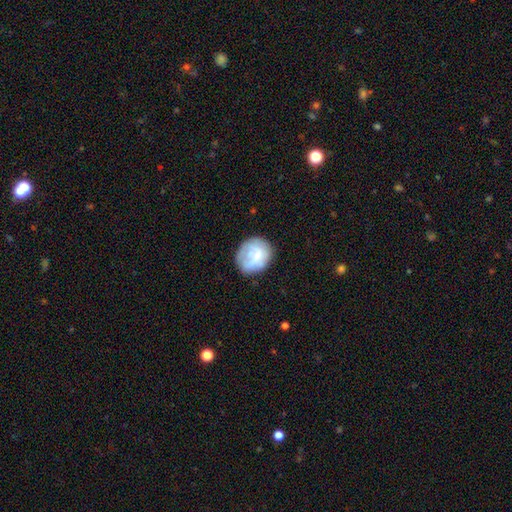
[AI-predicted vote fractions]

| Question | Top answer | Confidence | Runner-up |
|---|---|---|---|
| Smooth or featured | smooth | 61% | featured or disk (31%) |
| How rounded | round | 71% | in between (28%) |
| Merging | none | 66% | minor disturbance (22%) |